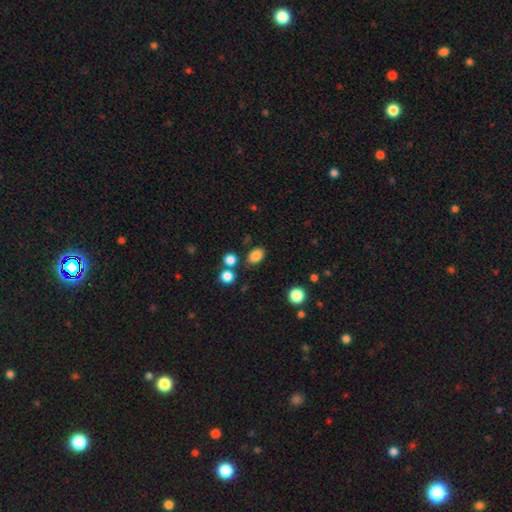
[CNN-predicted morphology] Smooth or featured: smooth — 84% (star or artifact — 11%)
How rounded: in between — 70% (round — 29%)
Merging: none — 80% (minor disturbance — 11%)